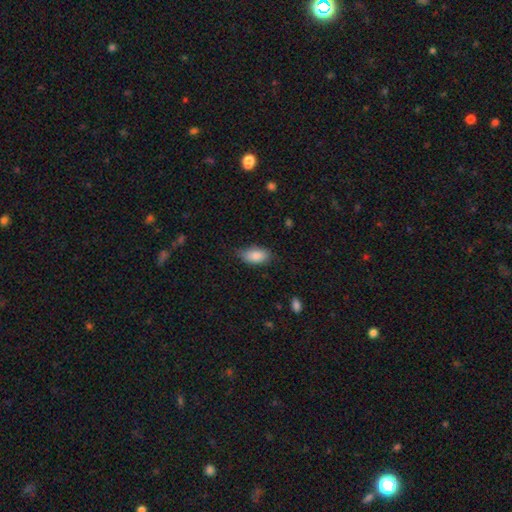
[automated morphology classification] smooth_or_featured: smooth (p=0.86) [alt: featured or disk p=0.08]
how_rounded: in between (p=0.92) [alt: cigar-shaped p=0.04]
merging: none (p=0.73) [alt: minor disturbance p=0.22]